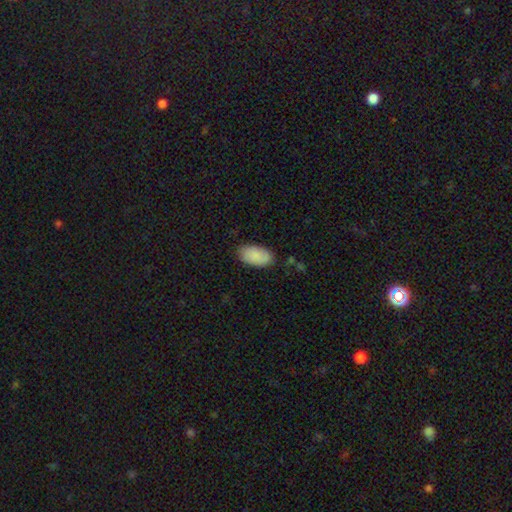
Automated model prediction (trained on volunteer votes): smooth_or_featured: smooth (p=0.88) [alt: featured or disk p=0.06]
how_rounded: in between (p=0.95) [alt: round p=0.03]
merging: none (p=0.82) [alt: minor disturbance p=0.14]